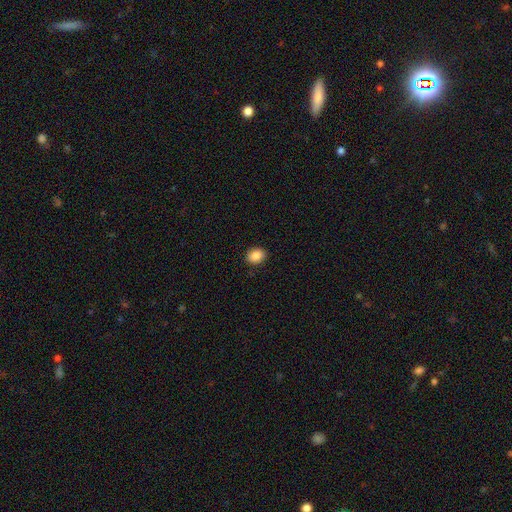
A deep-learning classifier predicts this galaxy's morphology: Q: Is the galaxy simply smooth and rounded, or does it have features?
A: smooth — 88%.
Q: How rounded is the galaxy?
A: in between — 50%.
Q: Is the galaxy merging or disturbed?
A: none — 90%.